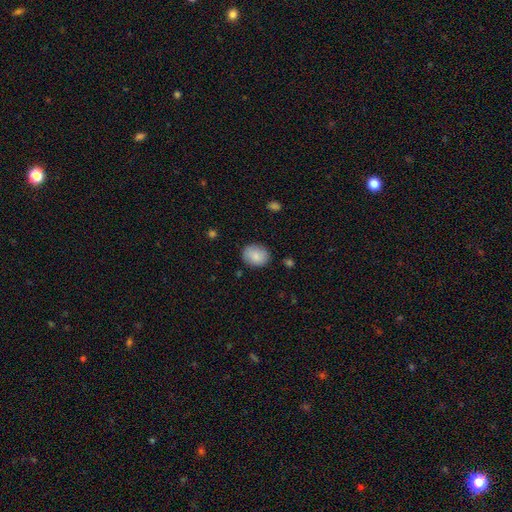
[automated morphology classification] Smooth or featured?
  - smooth: 85% *
  - featured or disk: 8%
  - star or artifact: 7%
How rounded?
  - in between: 50% *
  - round: 49%
  - cigar-shaped: 1%
Merging?
  - none: 83% *
  - minor disturbance: 12%
  - major disturbance: 3%
  - merger: 1%